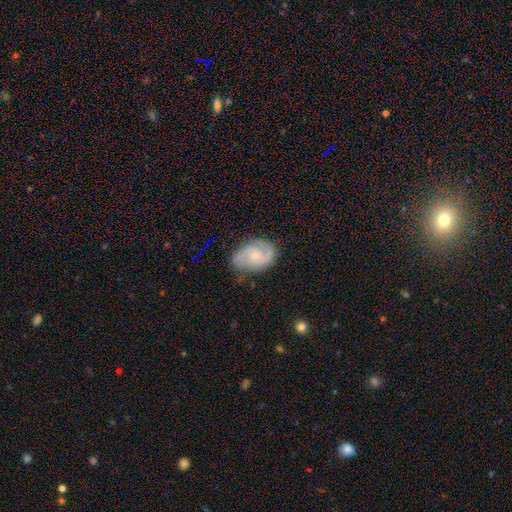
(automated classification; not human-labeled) This appears to be a featured or disk galaxy (73%) with no bar (59%), 2 (76%) medium (47%) spiral arms (93%) and a small central bulge (65%). Merging: none (70%).